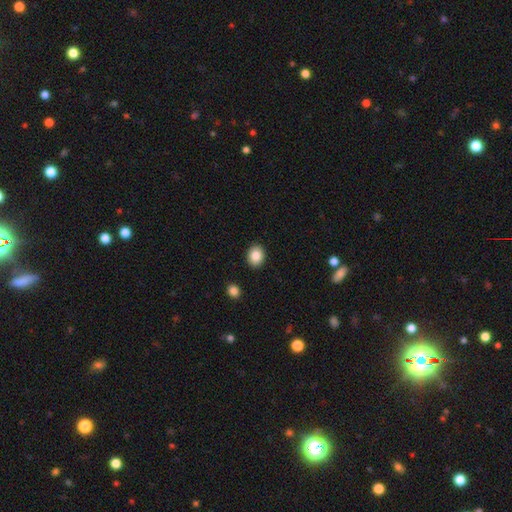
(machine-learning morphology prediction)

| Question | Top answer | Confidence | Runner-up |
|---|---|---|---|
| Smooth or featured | smooth | 87% | star or artifact (8%) |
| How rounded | in between | 52% | round (47%) |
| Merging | none | 90% | minor disturbance (7%) |